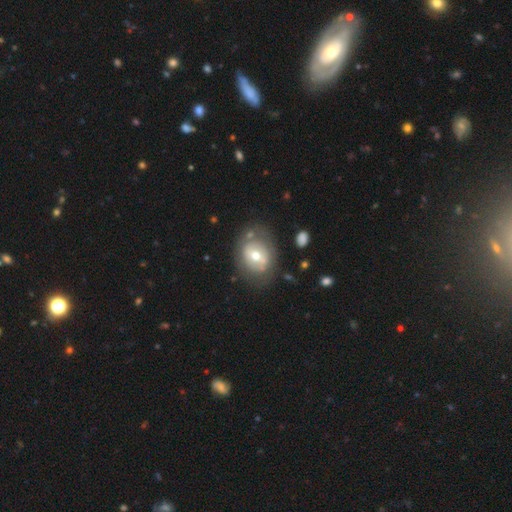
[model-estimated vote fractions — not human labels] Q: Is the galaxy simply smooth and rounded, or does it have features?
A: featured or disk — 49%.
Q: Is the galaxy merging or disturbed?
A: none — 67%.